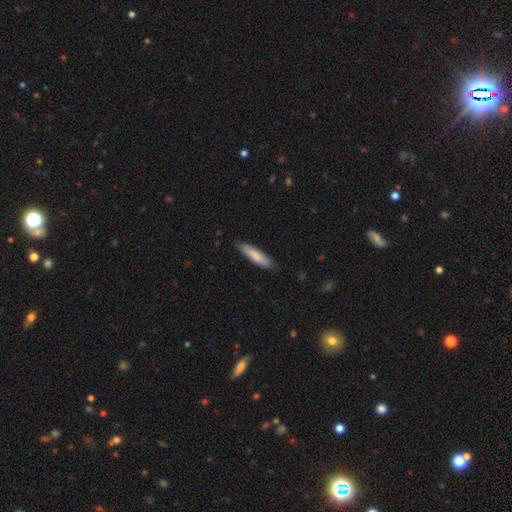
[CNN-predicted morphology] smooth-or-featured: smooth: 82% | featured or disk: 13% | star or artifact: 5%
  how-rounded: cigar-shaped: 77% | in between: 22% | round: 1%
  merging: none: 83% | minor disturbance: 14% | major disturbance: 2% | merger: 1%